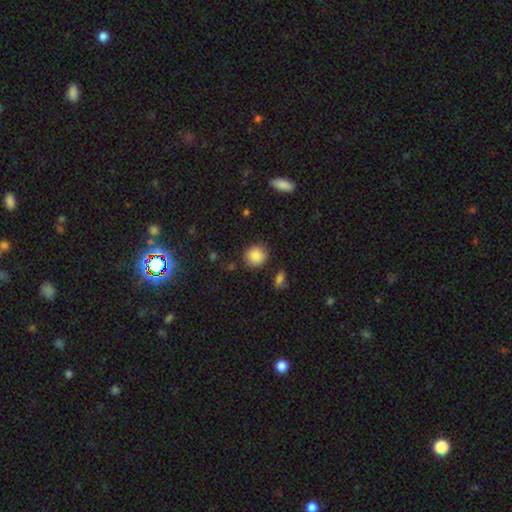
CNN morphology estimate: A smooth galaxy with no disk features (87%) that is round (87%).

Vote fractions:
- Smooth or featured? smooth: 87% / star or artifact: 8% / featured or disk: 5%
- How rounded? round: 87% / in between: 12% / cigar-shaped: 1%
- Merging? none: 85% / minor disturbance: 10% / major disturbance: 3% / merger: 2%